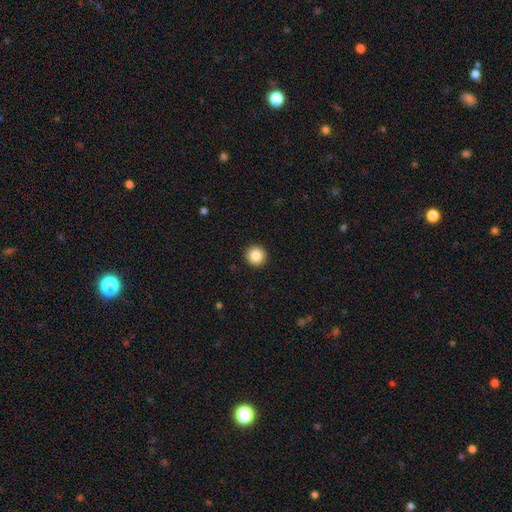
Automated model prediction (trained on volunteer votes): The model was most divided on "smooth or featured": smooth: 85%, star or artifact: 9%, featured or disk: 6%. More confident: how rounded — round (94%); merging — none (93%).